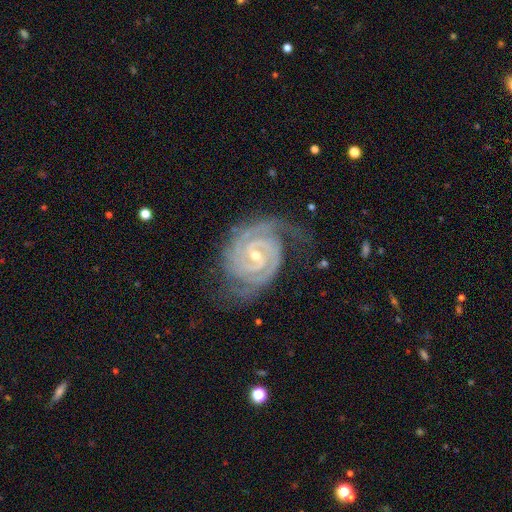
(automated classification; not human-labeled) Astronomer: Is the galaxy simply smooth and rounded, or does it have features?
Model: featured or disk — 93%.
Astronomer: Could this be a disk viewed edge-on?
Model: no — 98%.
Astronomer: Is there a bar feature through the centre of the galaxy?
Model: weak — 46% (runner-up: no, 34%).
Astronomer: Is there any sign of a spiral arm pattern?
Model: yes — 99%.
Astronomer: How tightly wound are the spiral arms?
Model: tight — 79%.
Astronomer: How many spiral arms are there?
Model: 2 — 62%.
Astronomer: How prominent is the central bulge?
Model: small — 61% (runner-up: moderate, 37%).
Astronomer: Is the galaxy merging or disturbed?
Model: none — 68%.